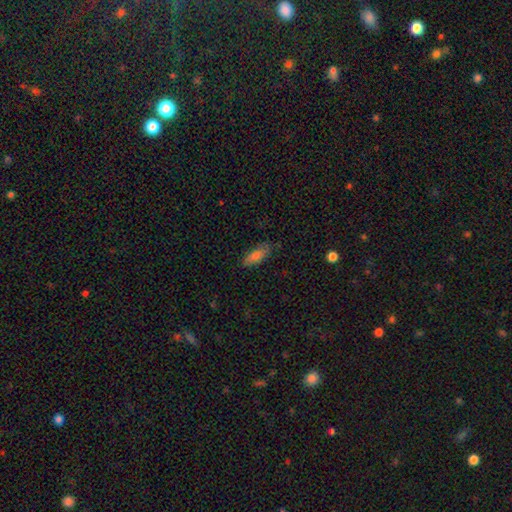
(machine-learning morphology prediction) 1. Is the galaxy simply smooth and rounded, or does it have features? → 78% smooth, 14% featured or disk, 8% star or artifact.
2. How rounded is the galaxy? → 70% in between, 28% cigar-shaped, 2% round.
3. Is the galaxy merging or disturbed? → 76% none, 18% minor disturbance, 4% major disturbance, 1% merger.